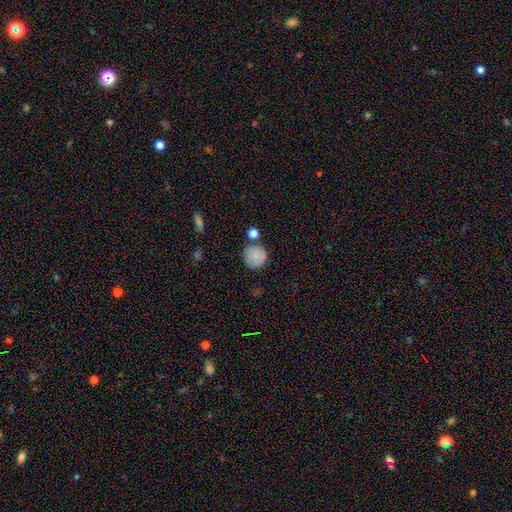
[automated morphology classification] Overall: smooth (85%). How rounded: round (93%). Merging: none (73%).